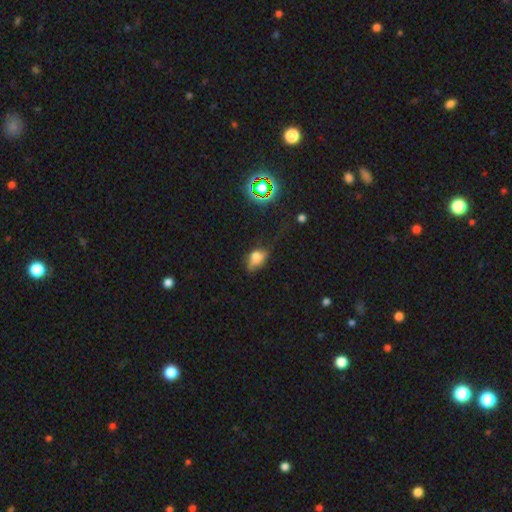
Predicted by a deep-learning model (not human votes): Overall: smooth (65%). How rounded: in between (82%). Merging: none (40%; minor disturbance 37%).